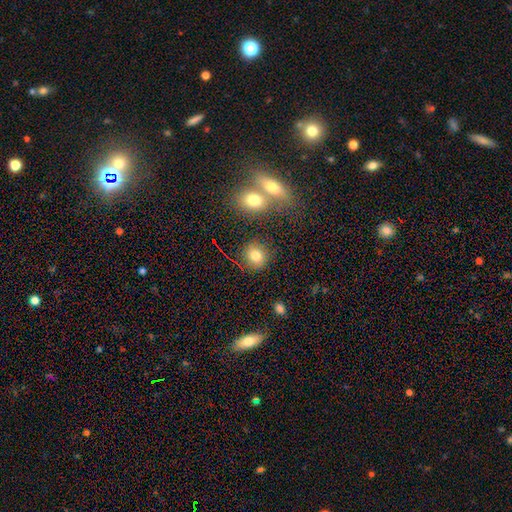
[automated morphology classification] This appears to be a smooth galaxy with no disk features (78%) that is round (82%). Merging: none (78%).